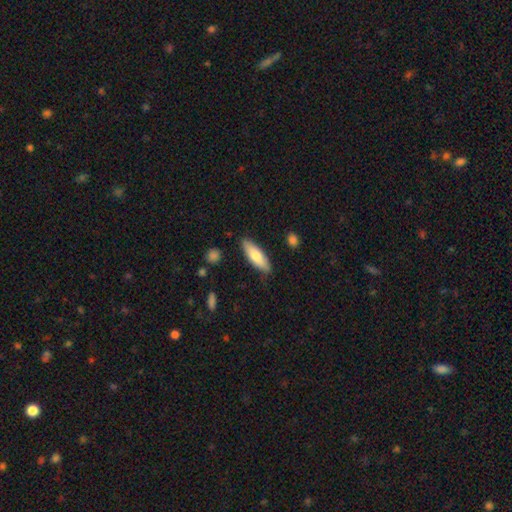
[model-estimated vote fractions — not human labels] smooth_or_featured: smooth (p=0.72) [alt: featured or disk p=0.23]
how_rounded: cigar-shaped (p=0.51) [alt: in between p=0.47]
merging: none (p=0.85) [alt: minor disturbance p=0.11]